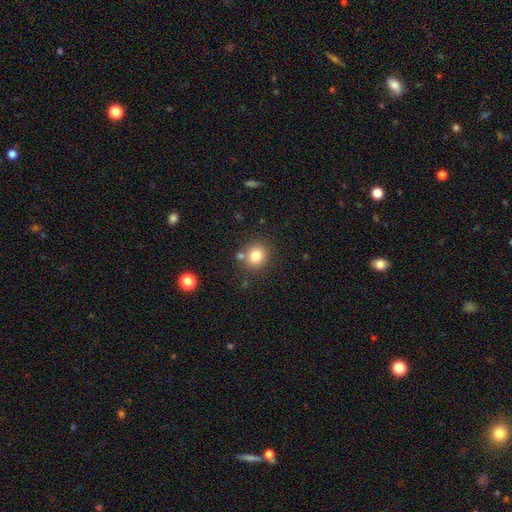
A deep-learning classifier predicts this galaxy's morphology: Smooth or featured? Predicted: smooth (p=0.79). How rounded? Predicted: round (p=0.87). Merging? Predicted: none (p=0.77).